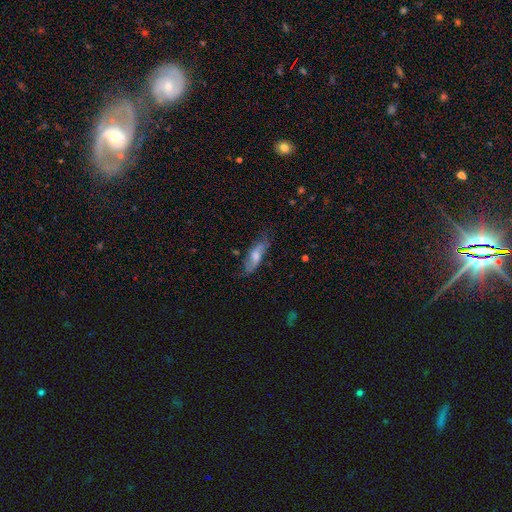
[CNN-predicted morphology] Smooth or featured: smooth — 53% (featured or disk — 40%)
How rounded: in between — 56% (cigar-shaped — 42%)
Merging: none — 66% (minor disturbance — 24%)